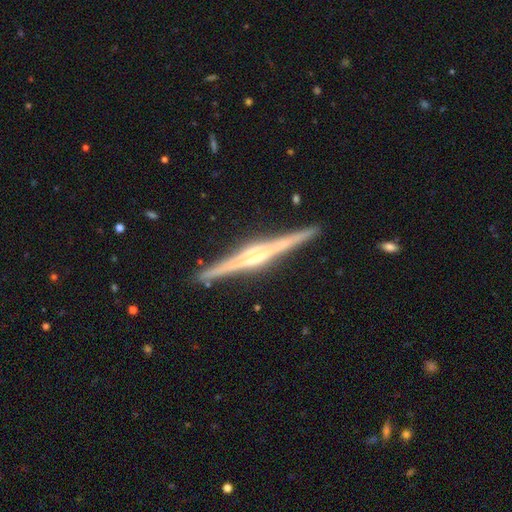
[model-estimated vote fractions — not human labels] smooth-or-featured: featured or disk: 87% | smooth: 8% | star or artifact: 5%
  disk-edge-on: yes: 99% | no: 1%
    edge-on-bulge: rounded: 57% | boxy: 31% | none: 12%
  merging: none: 92% | minor disturbance: 6% | major disturbance: 1% | merger: 1%